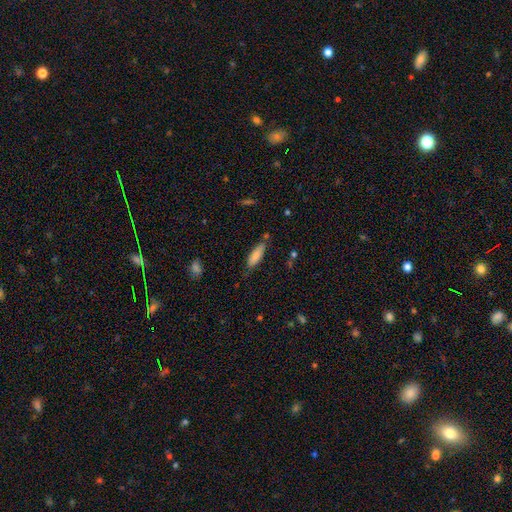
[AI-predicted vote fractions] Q: Smooth or featured?
A: smooth (82%); runner-up: featured or disk (11%)
Q: How rounded?
A: in between (54%); runner-up: cigar-shaped (44%)
Q: Merging?
A: none (68%); runner-up: minor disturbance (23%)